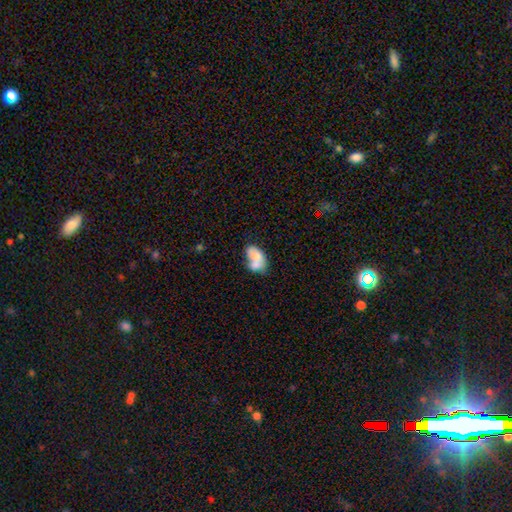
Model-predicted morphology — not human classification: Overall: smooth (65%; featured or disk 27%). How rounded: in between (88%). Merging: merger (58%; none 22%).